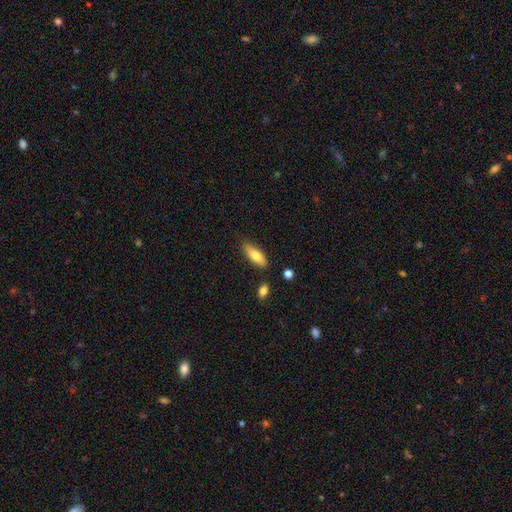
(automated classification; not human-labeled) Smooth or featured?
  - smooth: 72% *
  - featured or disk: 22%
  - star or artifact: 6%
How rounded?
  - in between: 63% *
  - cigar-shaped: 34%
  - round: 2%
Merging?
  - none: 83% *
  - minor disturbance: 12%
  - merger: 3%
  - major disturbance: 2%